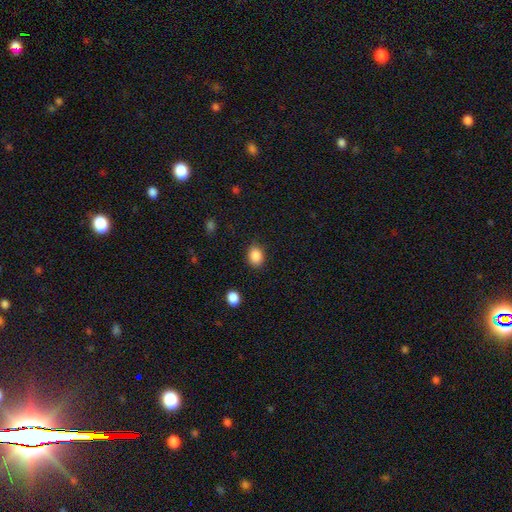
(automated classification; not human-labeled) This appears to be a smooth galaxy with no disk features (88%) that is in between round and cigar-shaped (56%). Merging: none (85%).